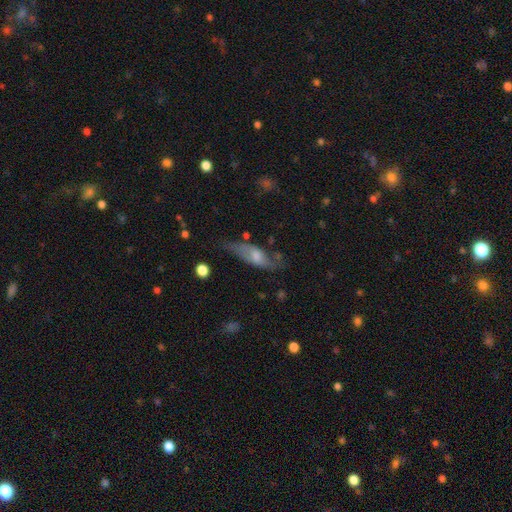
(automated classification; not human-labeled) This appears to be a featured or disk galaxy (52%). Merging: none (56%).